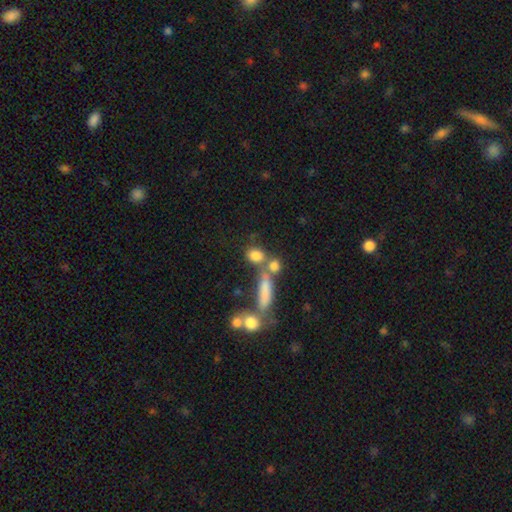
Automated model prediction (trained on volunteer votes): smooth 77%, featured or disk 12%, star or artifact 11%. Down the decision tree: how rounded — in between (50%); merging — none (47%).